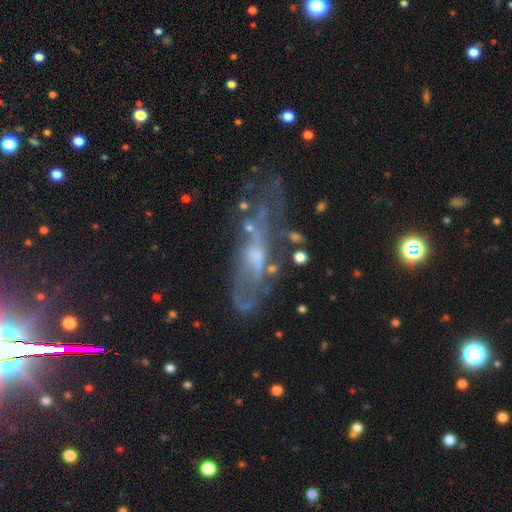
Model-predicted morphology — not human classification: A featured or disk galaxy (70%) with no bar (66%), no spiral arms (54%) and a small central bulge (43%).

Vote fractions:
- Smooth or featured? featured or disk: 70% / smooth: 20% / star or artifact: 10%
- Edge-on disk? no: 75% / yes: 25%
- Bar? no: 66% / weak: 27% / strong: 7%
- Spiral arms? no: 54% / yes: 46%
- Bulge size? small: 43% / moderate: 36% / none: 16% / large: 4% / dominant: 1%
- Merging? none: 44% / major disturbance: 25% / minor disturbance: 23% / merger: 8%